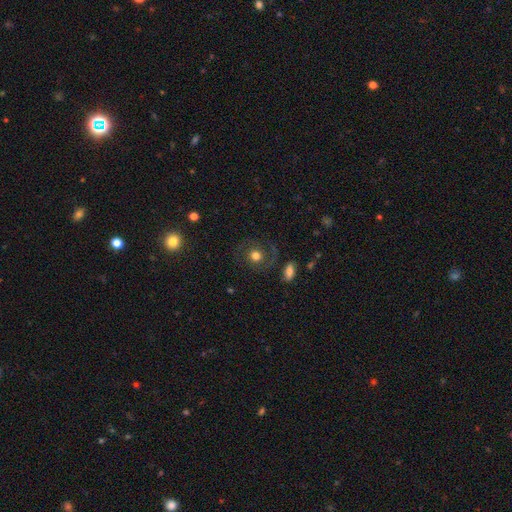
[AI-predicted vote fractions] smooth_or_featured: smooth (p=0.47) [alt: featured or disk p=0.41]
merging: none (p=0.74) [alt: minor disturbance p=0.13]